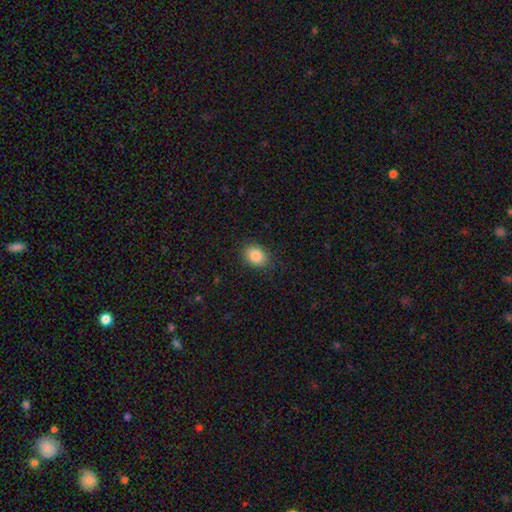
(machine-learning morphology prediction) Q: Smooth or featured?
A: smooth (86%); runner-up: star or artifact (9%)
Q: How rounded?
A: in between (64%); runner-up: round (35%)
Q: Merging?
A: none (86%); runner-up: minor disturbance (10%)